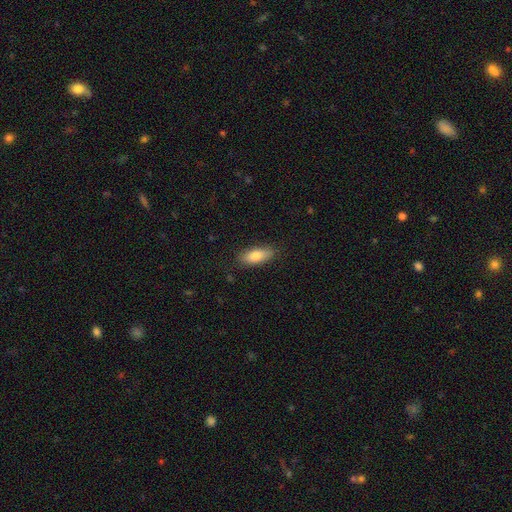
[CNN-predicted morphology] Smooth or featured: smooth — 81% (featured or disk — 13%)
How rounded: in between — 77% (cigar-shaped — 20%)
Merging: none — 84% (minor disturbance — 12%)